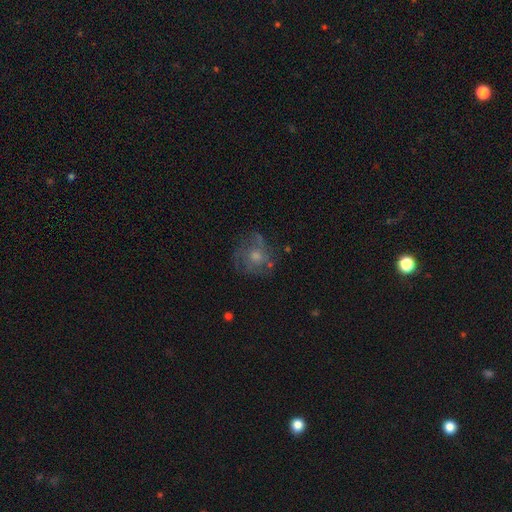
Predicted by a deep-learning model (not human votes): Q: Smooth or featured?
A: featured or disk (56%); runner-up: smooth (28%)
Q: Edge-on disk?
A: no (97%); runner-up: yes (3%)
Q: Bar?
A: no (82%); runner-up: weak (15%)
Q: Spiral arms?
A: yes (66%); runner-up: no (34%)
Q: Bulge size?
A: moderate (59%); runner-up: small (29%)
Q: Merging?
A: none (69%); runner-up: minor disturbance (17%)